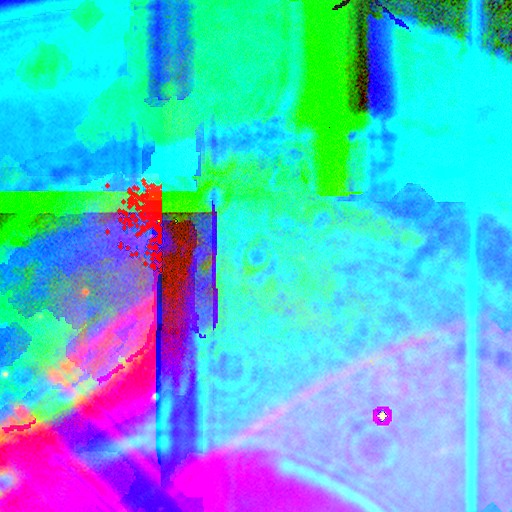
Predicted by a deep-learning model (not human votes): Smooth or featured? star or artifact (87%)